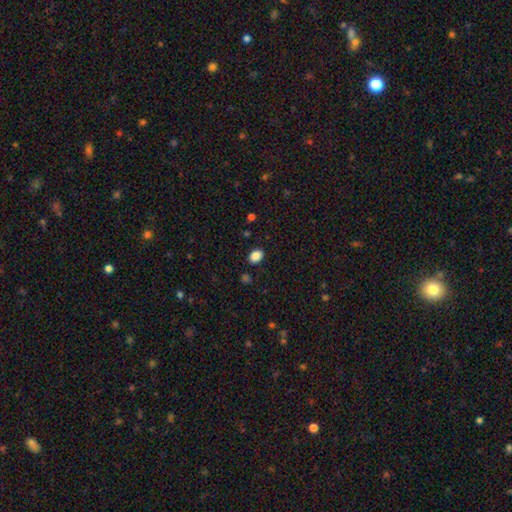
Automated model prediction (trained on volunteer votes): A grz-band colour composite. It shows a smooth galaxy with no disk features (87%) that is in between round and cigar-shaped (75%). Merging: none (88%).